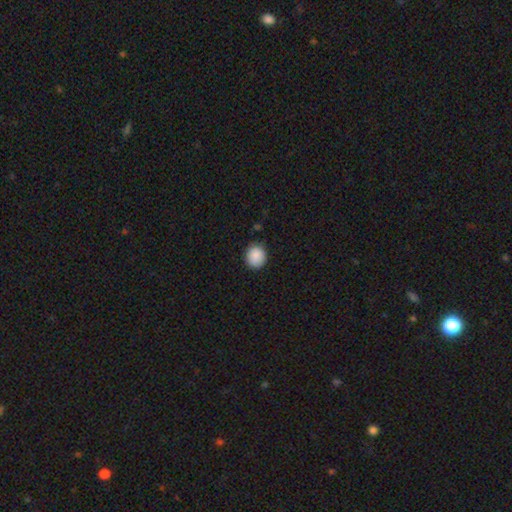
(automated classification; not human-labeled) A smooth galaxy with no disk features (90%) that is round (82%). Merging: none (87%).